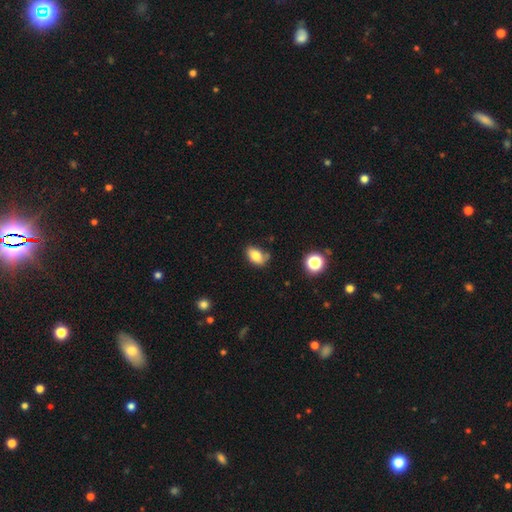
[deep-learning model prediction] Morphology: type=smooth (82%); roundness=in between (89%); merging=none (66%).